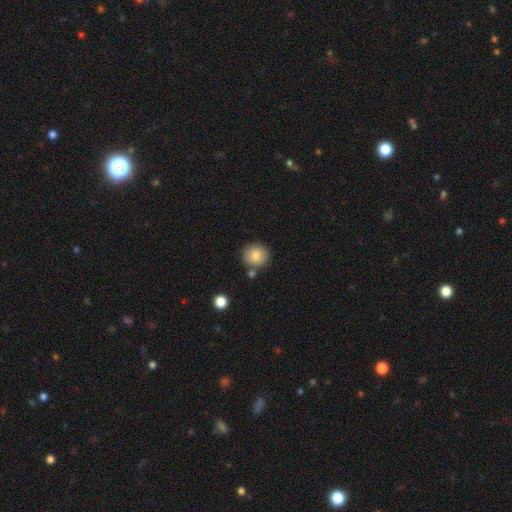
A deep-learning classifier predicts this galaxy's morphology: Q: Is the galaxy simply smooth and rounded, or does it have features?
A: smooth — 83%.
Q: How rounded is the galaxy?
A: round — 92%.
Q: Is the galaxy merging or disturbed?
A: none — 79%.